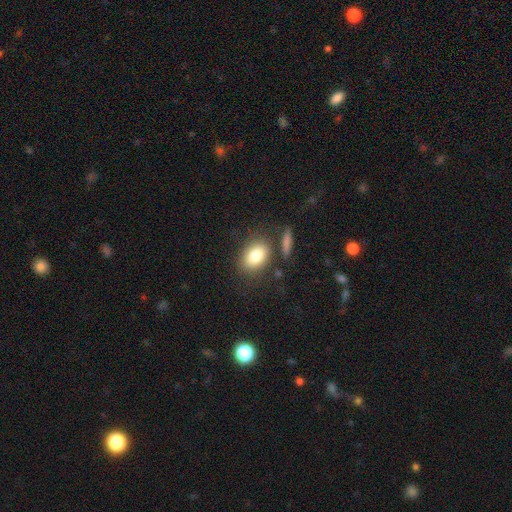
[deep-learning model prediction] Morphology: type=smooth (83%); roundness=in between (81%); merging=none (73%).